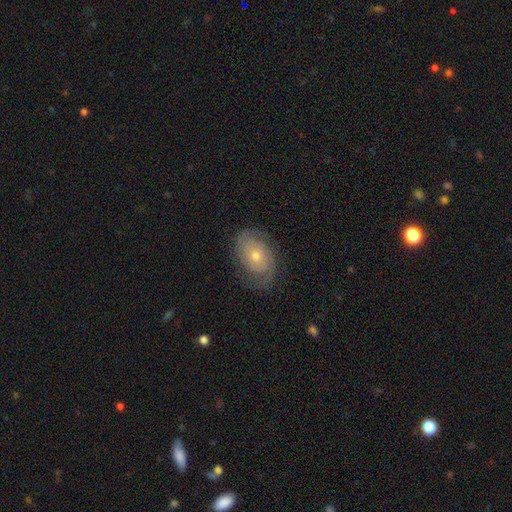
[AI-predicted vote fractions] Smooth or featured: featured or disk — 70% (smooth — 22%)
Edge-on disk: no — 96% (yes — 4%)
Bar: no — 82% (weak — 15%)
Spiral arms: yes — 86% (no — 14%)
Spiral winding: tight — 56% (medium — 31%)
Spiral arm count: 2 — 61% (can't tell — 25%)
Bulge size: small — 53% (moderate — 43%)
Merging: none — 73% (minor disturbance — 18%)